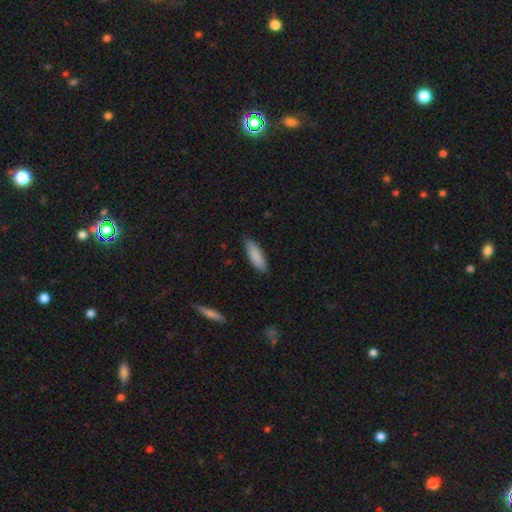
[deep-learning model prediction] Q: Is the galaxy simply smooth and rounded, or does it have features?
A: smooth — 87%.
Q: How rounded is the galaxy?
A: in between — 55%.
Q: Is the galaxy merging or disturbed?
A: none — 84%.